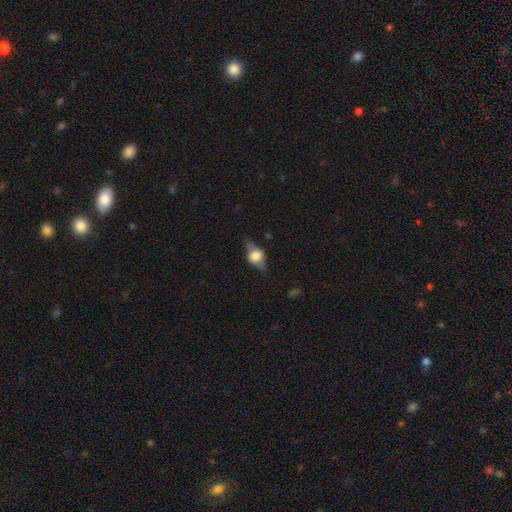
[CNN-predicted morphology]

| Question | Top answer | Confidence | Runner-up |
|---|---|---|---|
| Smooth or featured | featured or disk | 58% | smooth (33%) |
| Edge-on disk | yes | 90% | no (10%) |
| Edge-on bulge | rounded | 91% | boxy (7%) |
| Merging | none | 67% | minor disturbance (21%) |